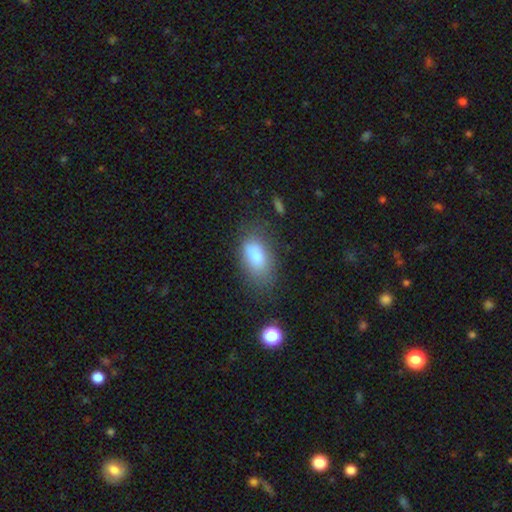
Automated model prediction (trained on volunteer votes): Overall: smooth (81%). How rounded: in between (90%). Merging: none (59%; minor disturbance 24%).